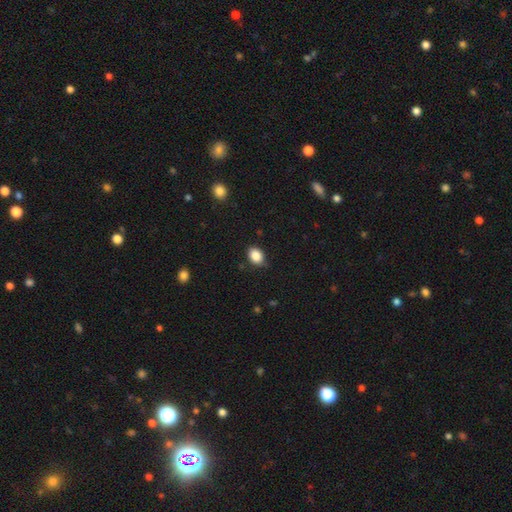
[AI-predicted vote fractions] Smooth or featured: smooth — 87% (star or artifact — 9%)
How rounded: in between — 70% (round — 29%)
Merging: none — 79% (minor disturbance — 17%)